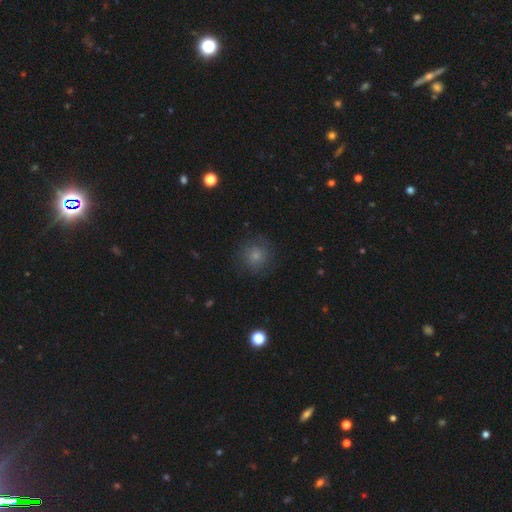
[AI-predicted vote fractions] Smooth or featured?
  - smooth: 76% *
  - star or artifact: 13%
  - featured or disk: 11%
How rounded?
  - round: 93% *
  - in between: 6%
  - cigar-shaped: 1%
Merging?
  - none: 81% *
  - minor disturbance: 12%
  - major disturbance: 5%
  - merger: 1%